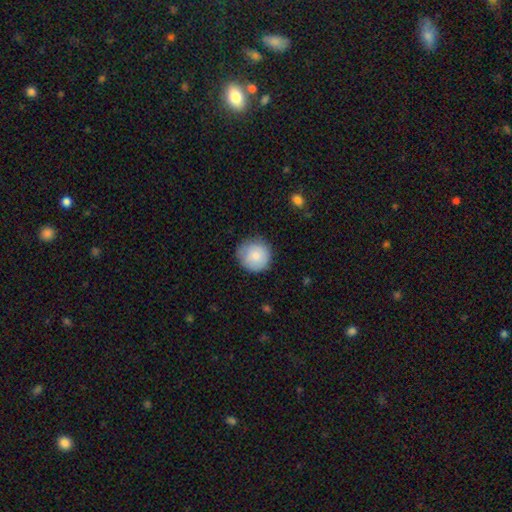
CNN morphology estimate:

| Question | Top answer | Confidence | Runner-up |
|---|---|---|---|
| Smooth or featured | smooth | 84% | featured or disk (10%) |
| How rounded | round | 93% | in between (6%) |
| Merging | none | 79% | minor disturbance (17%) |